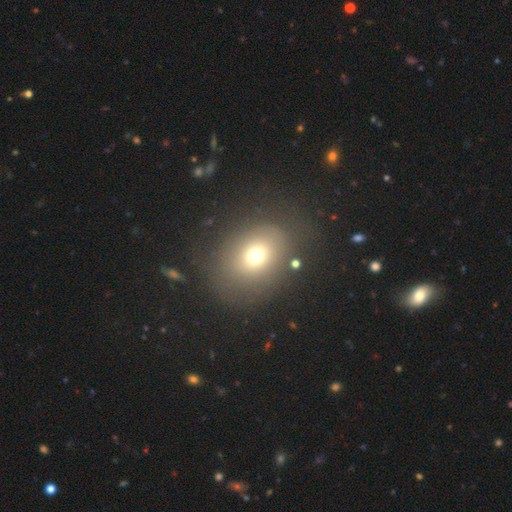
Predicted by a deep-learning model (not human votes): smooth-or-featured: smooth: 67% | star or artifact: 17% | featured or disk: 17%
  how-rounded: round: 53% | in between: 46% | cigar-shaped: 1%
  merging: none: 71% | minor disturbance: 14% | major disturbance: 12% | merger: 3%